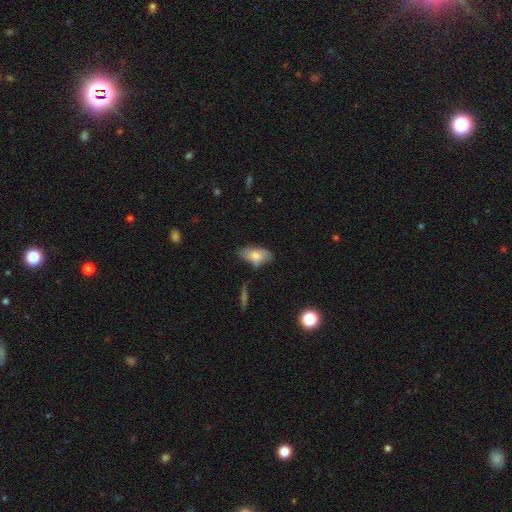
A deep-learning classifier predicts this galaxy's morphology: smooth 75%, featured or disk 17%, star or artifact 7%. Down the decision tree: how rounded — in between (90%); merging — none (60%).